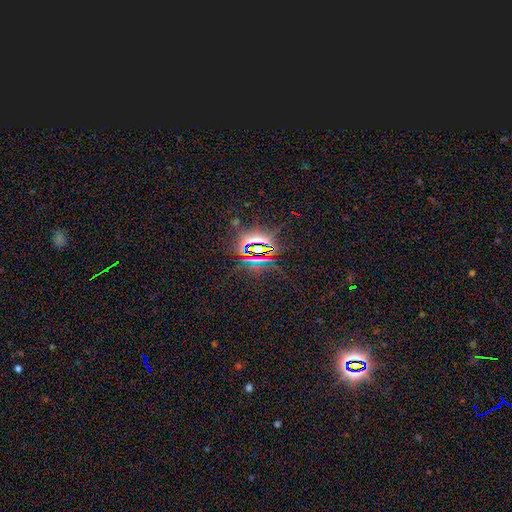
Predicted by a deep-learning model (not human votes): Smooth or featured? star or artifact (81%)